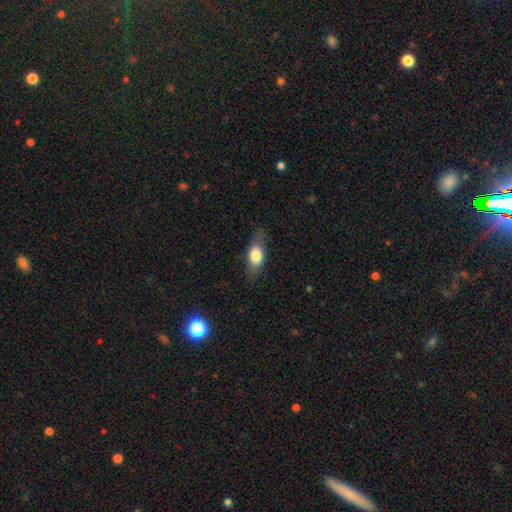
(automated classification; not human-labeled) Smooth or featured? Predicted: smooth (p=0.72). How rounded? Predicted: in between (p=0.78). Merging? Predicted: none (p=0.74).